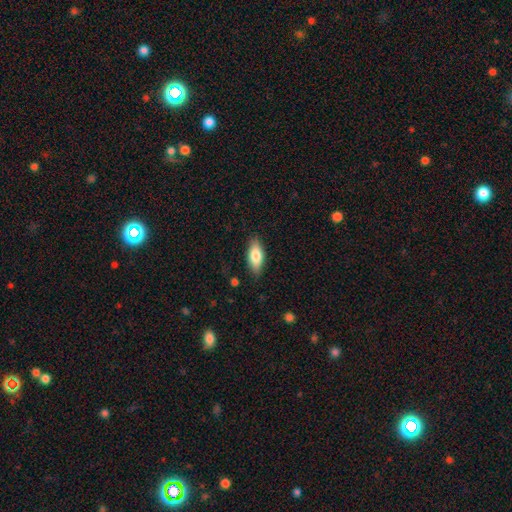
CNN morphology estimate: smooth 76%, featured or disk 18%, star or artifact 6%. Down the decision tree: how rounded — in between (80%); merging — none (84%).